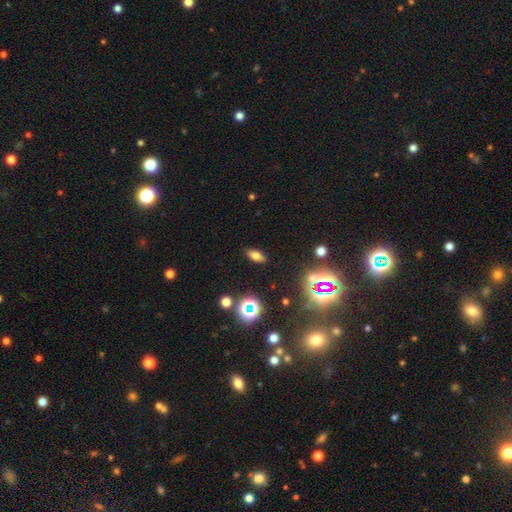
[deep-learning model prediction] Q: Smooth or featured?
A: smooth (69%); runner-up: star or artifact (19%)
Q: How rounded?
A: in between (83%); runner-up: cigar-shaped (10%)
Q: Merging?
A: none (88%); runner-up: minor disturbance (8%)